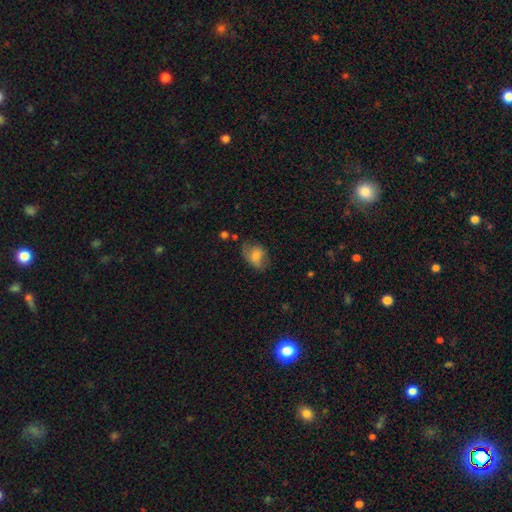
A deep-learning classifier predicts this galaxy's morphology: Smooth or featured? Predicted: smooth (p=0.69). How rounded? Predicted: in between (p=0.68). Merging? Predicted: none (p=0.55).